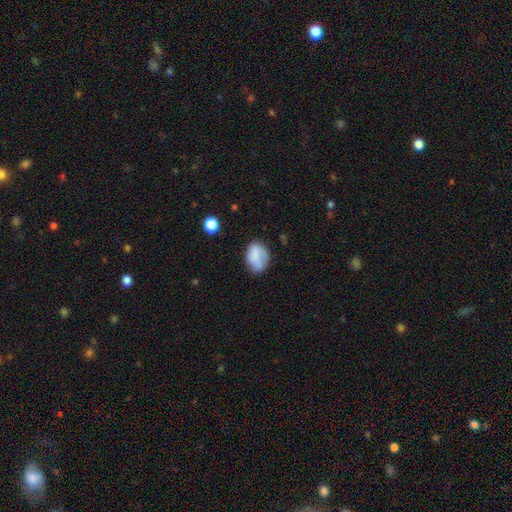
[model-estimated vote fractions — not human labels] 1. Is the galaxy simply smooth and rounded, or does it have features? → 75% smooth, 17% featured or disk, 9% star or artifact.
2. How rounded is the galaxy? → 67% in between, 32% round, 1% cigar-shaped.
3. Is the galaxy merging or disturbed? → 57% none, 28% minor disturbance, 12% major disturbance, 4% merger.